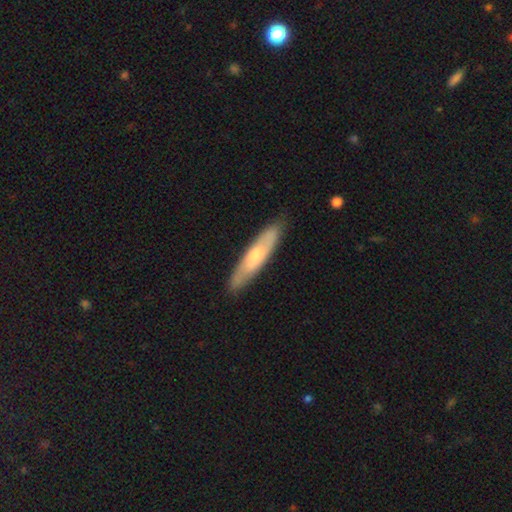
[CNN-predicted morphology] smooth_or_featured: smooth (p=0.51) [alt: featured or disk p=0.44]
how_rounded: cigar-shaped (p=0.83) [alt: in between p=0.16]
merging: none (p=0.87) [alt: minor disturbance p=0.10]